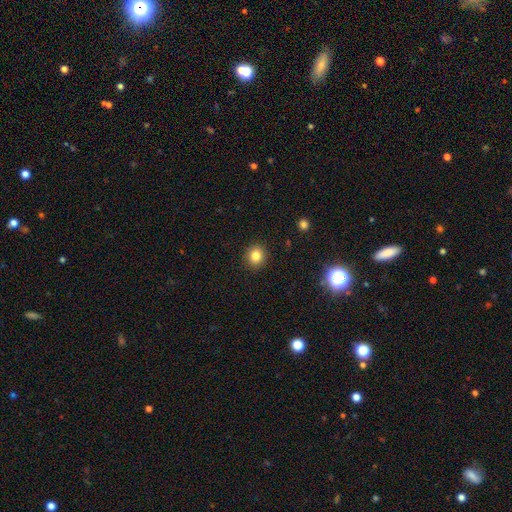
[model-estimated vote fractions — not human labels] Smooth or featured? smooth (83%)
How rounded? round (87%)
Merging? none (91%)